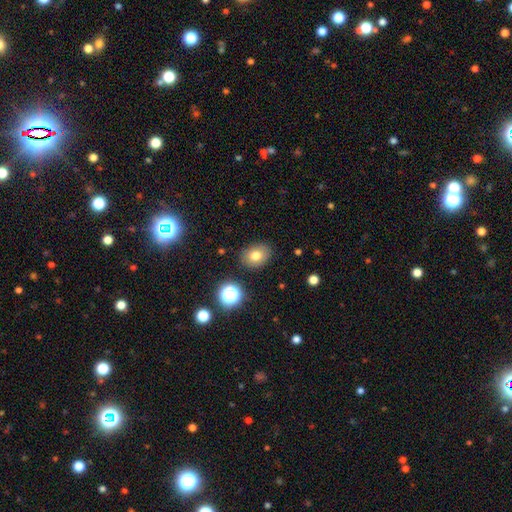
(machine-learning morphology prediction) smooth_or_featured: smooth (p=0.77) [alt: star or artifact p=0.12]
how_rounded: in between (p=0.61) [alt: round p=0.39]
merging: none (p=0.85) [alt: minor disturbance p=0.10]